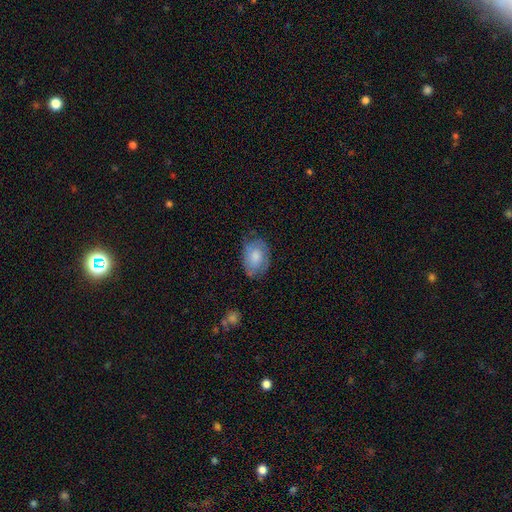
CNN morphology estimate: smooth 62%, featured or disk 31%, star or artifact 7%. Down the decision tree: how rounded — in between (81%); merging — none (63%).